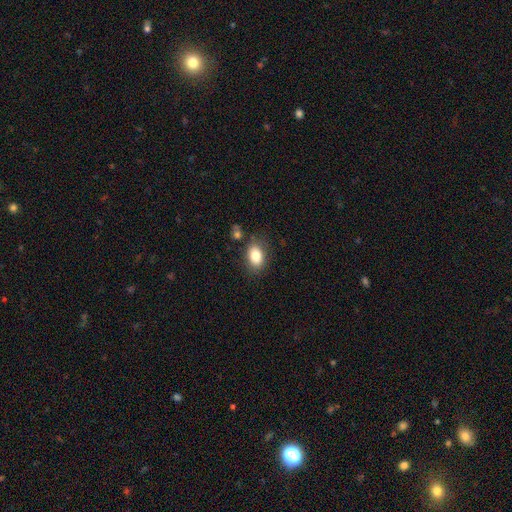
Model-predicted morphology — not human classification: The model was most divided on "how rounded": in between: 79%, round: 19%, cigar-shaped: 1%. More confident: smooth or featured — smooth (83%); merging — none (77%).